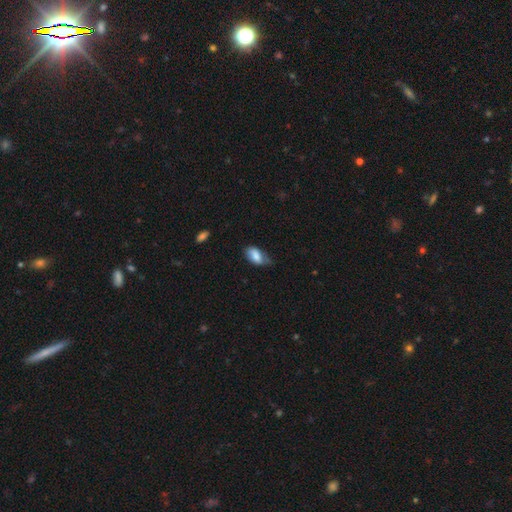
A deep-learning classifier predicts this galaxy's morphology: This appears to be a smooth galaxy with no disk features (77%) that is in between round and cigar-shaped (92%). Merging: none (44%).